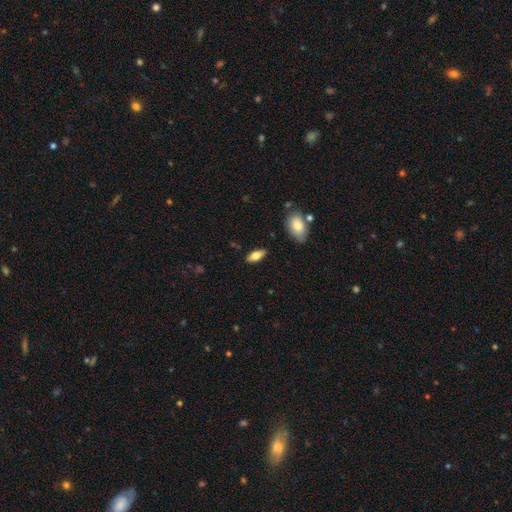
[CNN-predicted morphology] smooth 70%, featured or disk 23%, star or artifact 7%. Down the decision tree: how rounded — in between (81%); merging — none (86%).